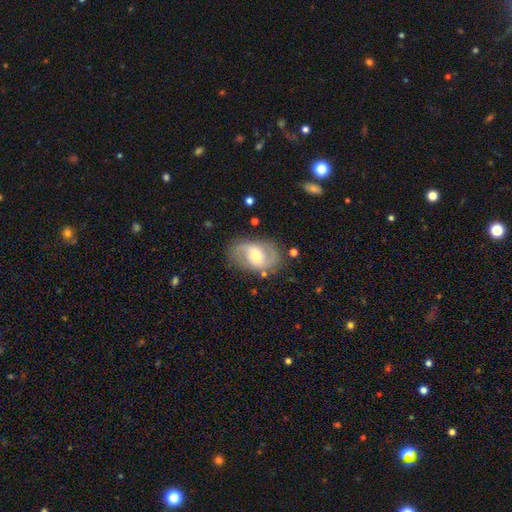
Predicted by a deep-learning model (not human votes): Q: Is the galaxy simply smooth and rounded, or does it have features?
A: featured or disk — 71%.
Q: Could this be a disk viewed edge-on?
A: no — 96%.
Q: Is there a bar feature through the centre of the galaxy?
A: no — 52%.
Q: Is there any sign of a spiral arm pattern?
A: yes — 87%.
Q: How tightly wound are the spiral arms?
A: medium — 46%.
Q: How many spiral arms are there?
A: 2 — 84%.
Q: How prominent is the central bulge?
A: moderate — 61%.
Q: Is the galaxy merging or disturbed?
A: none — 74%.